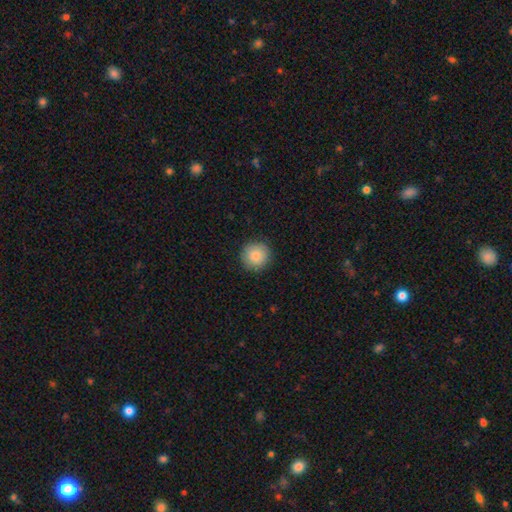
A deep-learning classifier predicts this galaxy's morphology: A smooth galaxy with no disk features (84%) that is round (95%).

Vote fractions:
- Smooth or featured? smooth: 84% / star or artifact: 8% / featured or disk: 8%
- How rounded? round: 95% / in between: 4% / cigar-shaped: 1%
- Merging? none: 91% / minor disturbance: 7% / major disturbance: 2% / merger: 1%